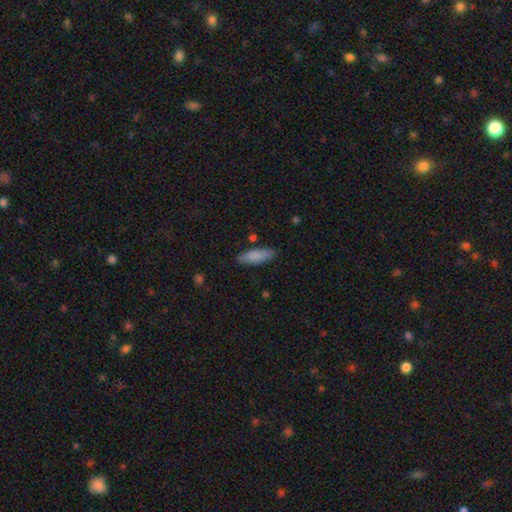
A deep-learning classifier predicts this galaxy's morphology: type=smooth (85%); roundness=in between (55%); merging=none (84%).